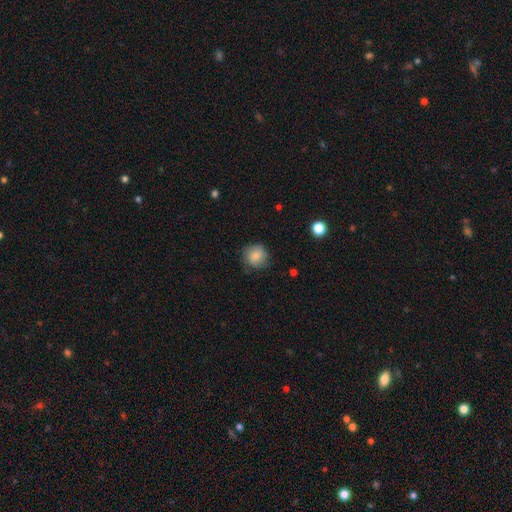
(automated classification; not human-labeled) Smooth or featured? Predicted: smooth (p=0.83). How rounded? Predicted: round (p=0.88). Merging? Predicted: none (p=0.75).